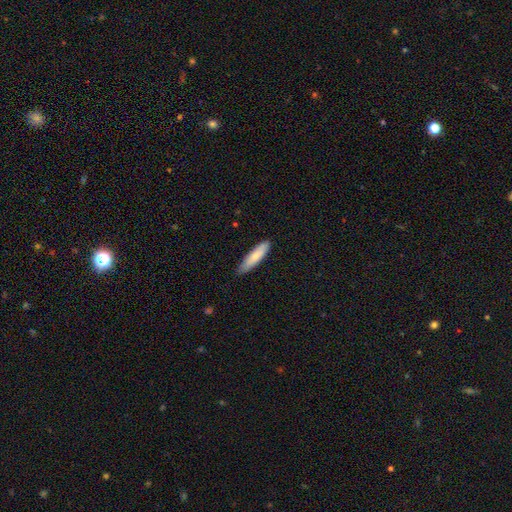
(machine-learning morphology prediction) Smooth or featured? smooth (78%)
How rounded? cigar-shaped (76%)
Merging? none (82%)